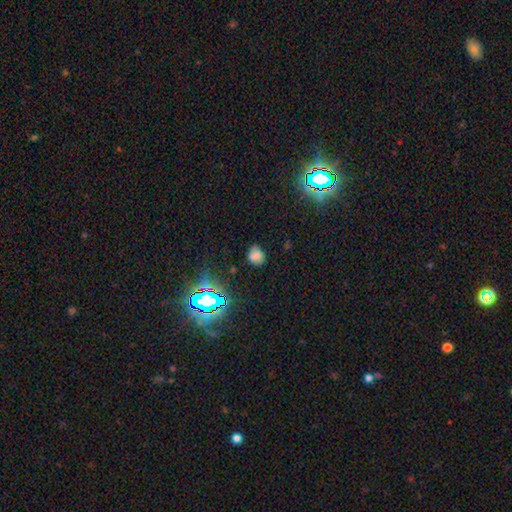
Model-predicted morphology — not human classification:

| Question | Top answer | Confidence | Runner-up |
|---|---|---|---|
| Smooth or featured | smooth | 71% | star or artifact (21%) |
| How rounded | round | 63% | in between (36%) |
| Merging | none | 70% | minor disturbance (23%) |